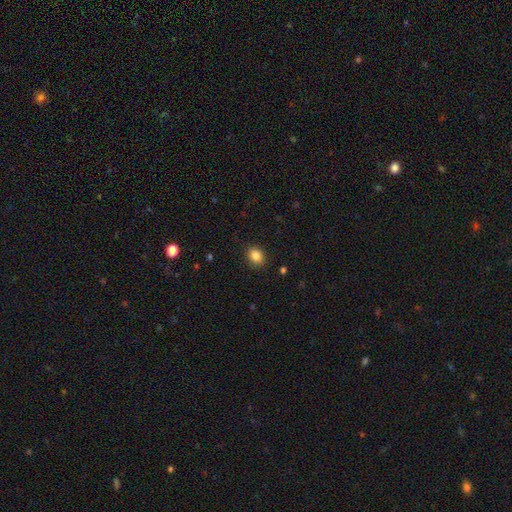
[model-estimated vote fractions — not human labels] smooth 86%, star or artifact 10%, featured or disk 4%. Down the decision tree: how rounded — in between (55%); merging — none (87%).